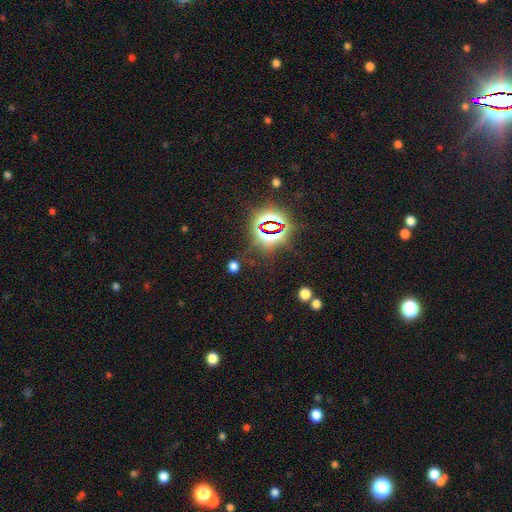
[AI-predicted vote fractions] Morphology: type=star or artifact (83%).